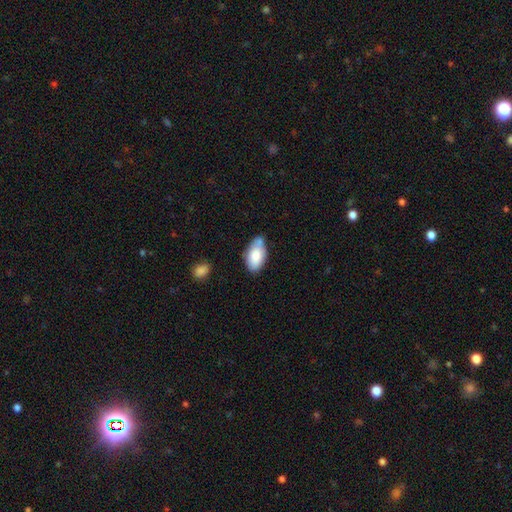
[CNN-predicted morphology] smooth_or_featured: smooth (p=0.79) [alt: featured or disk p=0.14]
how_rounded: in between (p=0.94) [alt: round p=0.04]
merging: none (p=0.50) [alt: minor disturbance p=0.30]